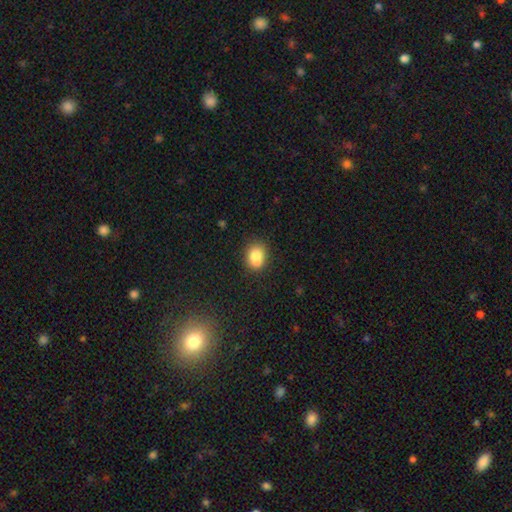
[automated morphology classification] Q: Smooth or featured?
A: smooth (77%); runner-up: featured or disk (13%)
Q: How rounded?
A: round (53%); runner-up: in between (46%)
Q: Merging?
A: none (51%); runner-up: merger (29%)